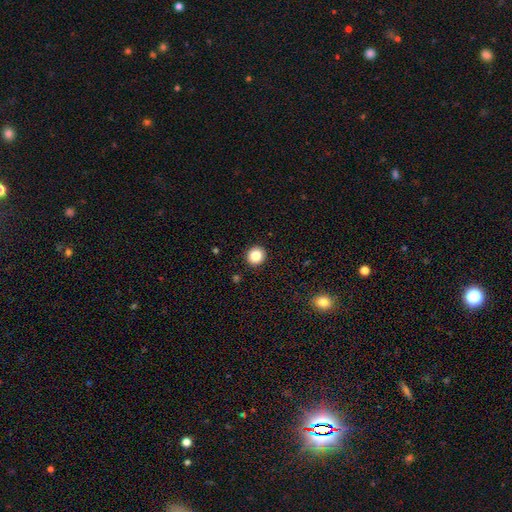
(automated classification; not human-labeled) This is clearly a smooth galaxy (85%). How rounded: clearly round (93%). Merging: clearly none (93%).